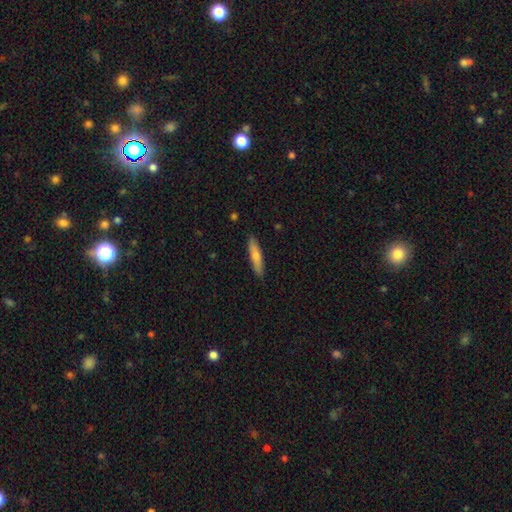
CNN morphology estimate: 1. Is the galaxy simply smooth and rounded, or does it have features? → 71% smooth, 24% featured or disk, 6% star or artifact.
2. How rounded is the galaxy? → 82% cigar-shaped, 16% in between, 2% round.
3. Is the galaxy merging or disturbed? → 88% none, 9% minor disturbance, 2% major disturbance, 1% merger.